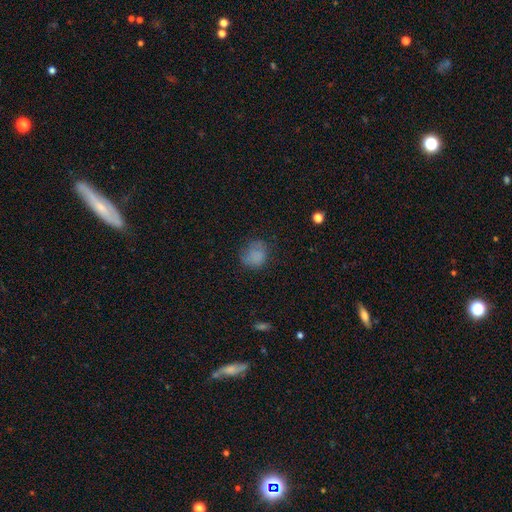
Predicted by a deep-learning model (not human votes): Q: Smooth or featured?
A: smooth (78%); runner-up: star or artifact (12%)
Q: How rounded?
A: round (71%); runner-up: in between (28%)
Q: Merging?
A: none (62%); runner-up: minor disturbance (25%)